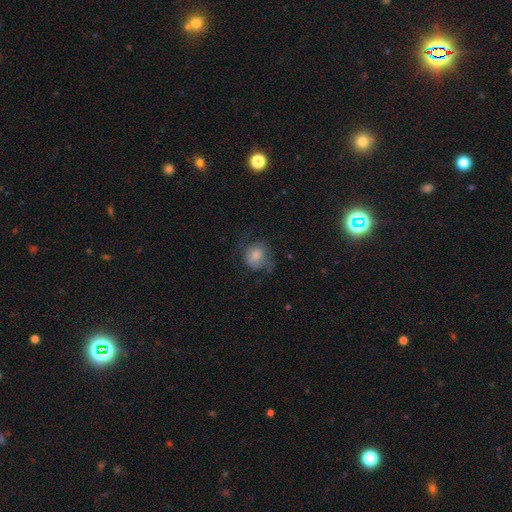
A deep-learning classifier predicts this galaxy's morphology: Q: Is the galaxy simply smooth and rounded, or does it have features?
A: smooth — 63%.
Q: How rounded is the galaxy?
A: round — 71%.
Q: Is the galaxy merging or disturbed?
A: none — 47%.